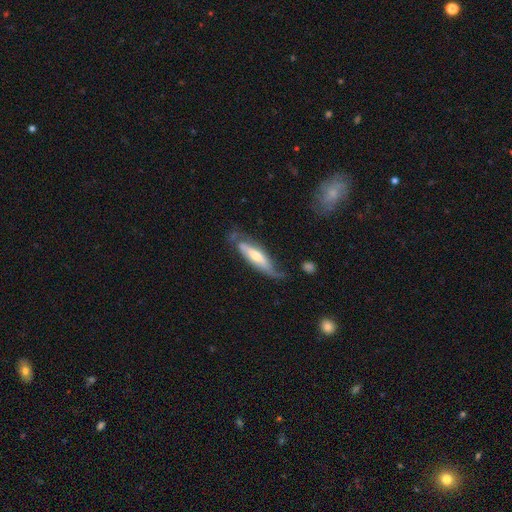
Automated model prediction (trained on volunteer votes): Smooth or featured? Predicted: featured or disk (p=0.60). Edge-on disk? Predicted: no (p=0.51). Merging? Predicted: none (p=0.51).